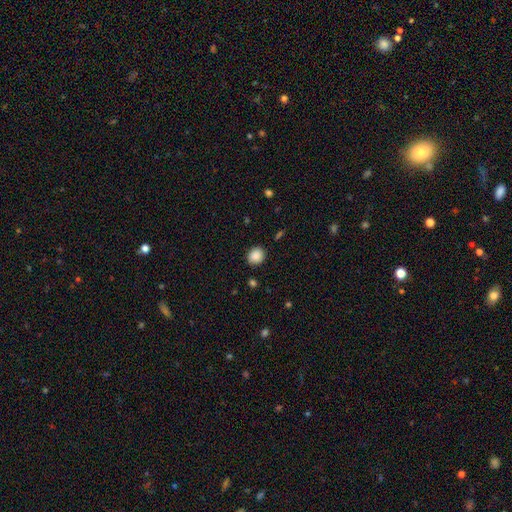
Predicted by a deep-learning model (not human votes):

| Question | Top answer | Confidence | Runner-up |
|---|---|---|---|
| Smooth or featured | smooth | 88% | star or artifact (9%) |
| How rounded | round | 73% | in between (27%) |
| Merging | none | 89% | minor disturbance (8%) |